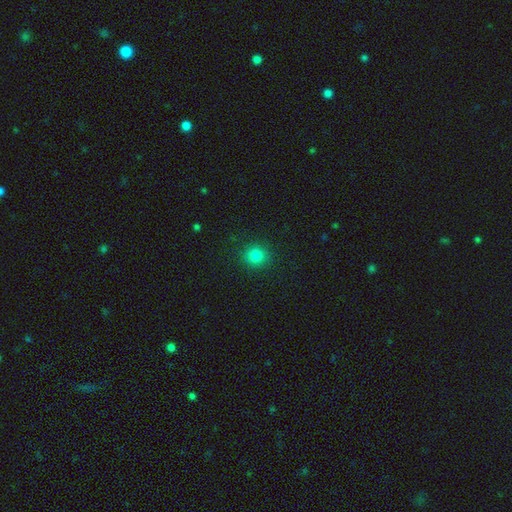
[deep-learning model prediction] Overall: smooth (82%). How rounded: round (92%). Merging: none (90%).